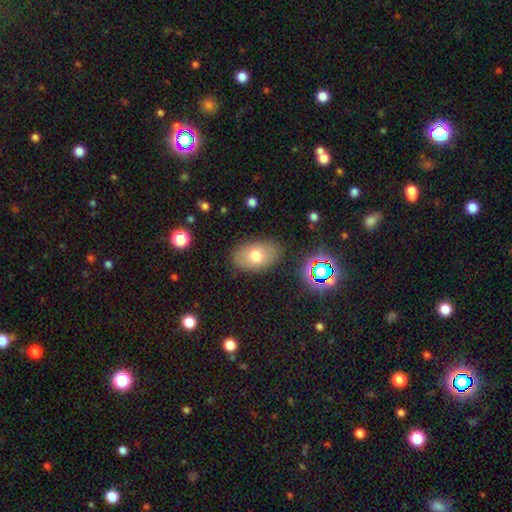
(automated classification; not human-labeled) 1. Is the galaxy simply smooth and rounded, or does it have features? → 71% smooth, 18% featured or disk, 10% star or artifact.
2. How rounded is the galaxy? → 88% in between, 11% round, 1% cigar-shaped.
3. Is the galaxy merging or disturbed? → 82% none, 12% minor disturbance, 4% major disturbance, 2% merger.